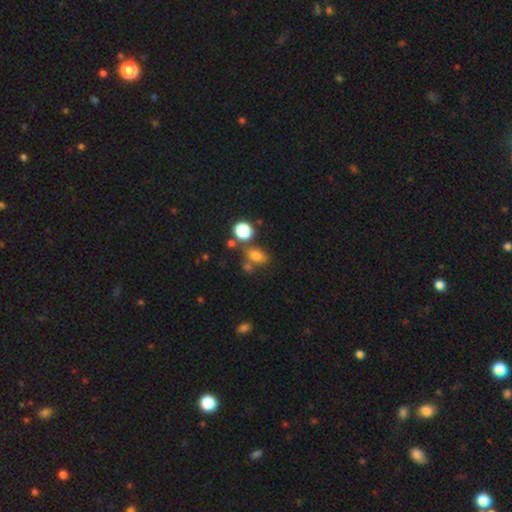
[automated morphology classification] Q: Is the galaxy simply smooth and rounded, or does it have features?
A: smooth — 75%.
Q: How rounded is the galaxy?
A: in between — 70%.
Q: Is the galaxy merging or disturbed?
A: none — 60%.